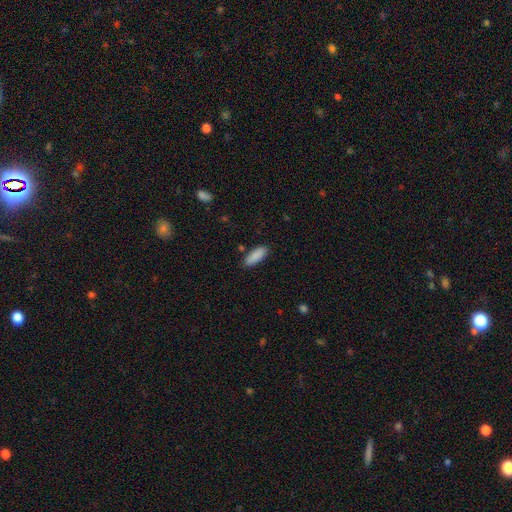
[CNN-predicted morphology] This appears to be a smooth galaxy with no disk features (89%) that is in between round and cigar-shaped (68%). Merging: none (84%).